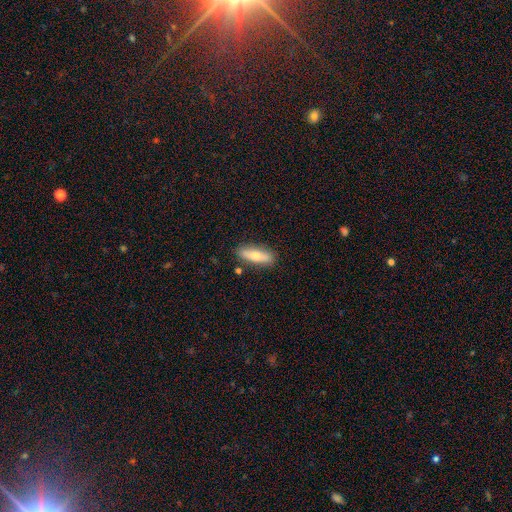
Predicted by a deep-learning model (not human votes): Morphology: type=smooth (64%); roundness=in between (54%); merging=none (83%).